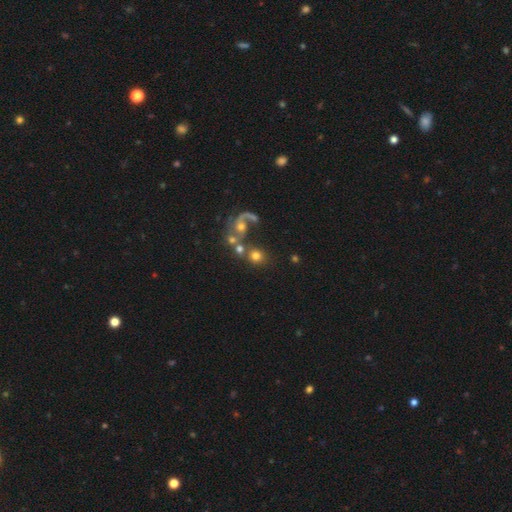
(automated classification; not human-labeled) Overall: smooth (65%). How rounded: round (81%). Merging: none (53%; merger 28%).